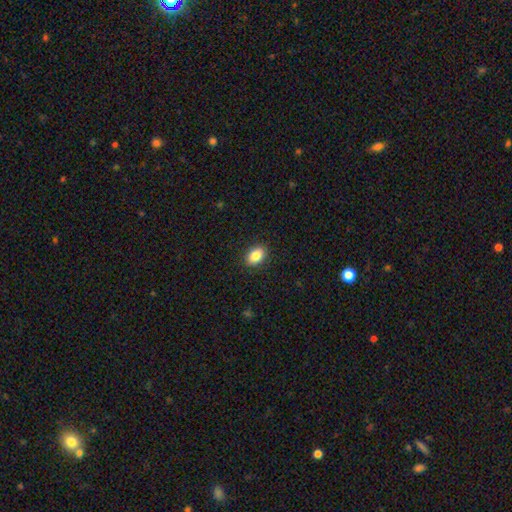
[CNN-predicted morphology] The model was most divided on "how rounded": in between: 85%, round: 14%, cigar-shaped: 1%. More confident: merging — none (90%); smooth or featured — smooth (86%).